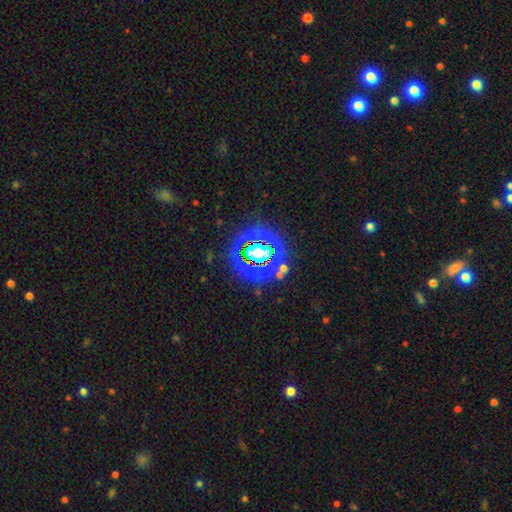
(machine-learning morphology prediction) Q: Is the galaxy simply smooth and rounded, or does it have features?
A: star or artifact — 70%.